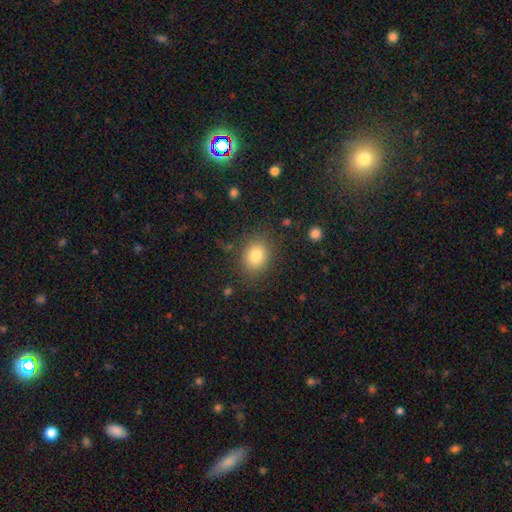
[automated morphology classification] This appears to be a smooth galaxy with no disk features (80%) that is in between round and cigar-shaped (50%). Merging: none (82%).